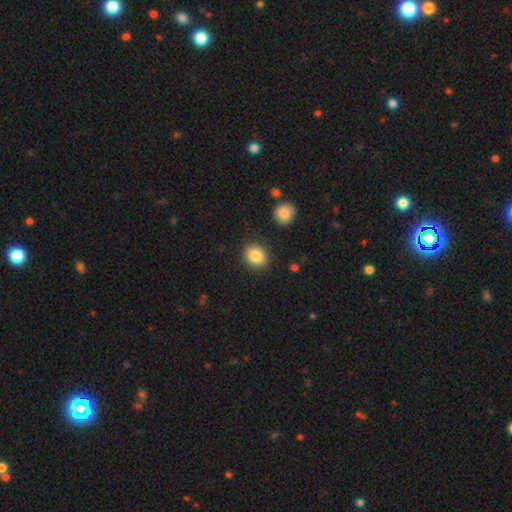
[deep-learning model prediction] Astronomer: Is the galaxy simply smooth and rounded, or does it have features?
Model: smooth — 85%.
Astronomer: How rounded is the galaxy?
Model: round — 56% (runner-up: in between, 44%).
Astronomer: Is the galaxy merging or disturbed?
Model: none — 88%.